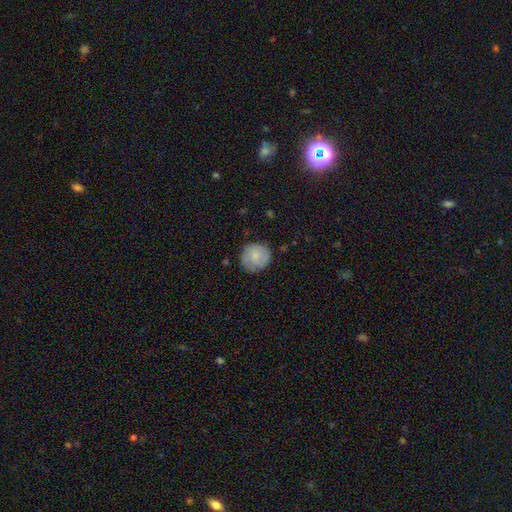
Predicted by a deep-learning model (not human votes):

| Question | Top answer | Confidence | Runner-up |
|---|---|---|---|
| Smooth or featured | smooth | 78% | featured or disk (15%) |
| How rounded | round | 89% | in between (10%) |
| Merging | none | 74% | minor disturbance (20%) |